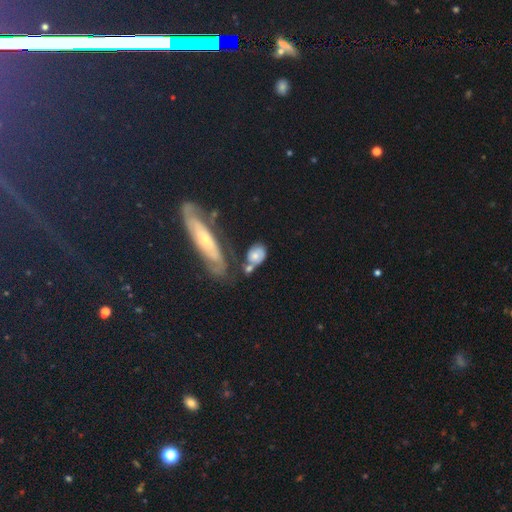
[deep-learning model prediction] This appears to be a smooth galaxy with no disk features (55%) that is in between round and cigar-shaped (60%). Merging: none (37%).